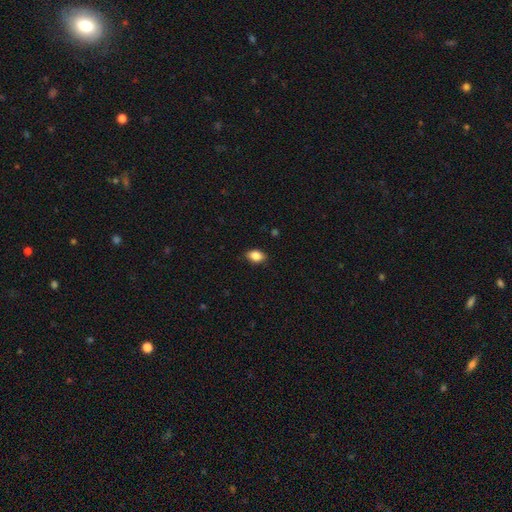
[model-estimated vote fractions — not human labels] smooth 86%, star or artifact 8%, featured or disk 6%. Down the decision tree: how rounded — in between (81%); merging — none (82%).